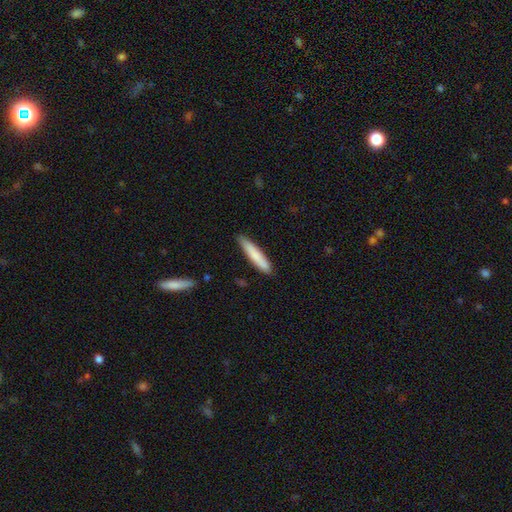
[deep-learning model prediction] A smooth galaxy with no disk features (80%) that is cigar-shaped (91%).

Vote fractions:
- Smooth or featured? smooth: 80% / featured or disk: 15% / star or artifact: 5%
- How rounded? cigar-shaped: 91% / in between: 8% / round: 1%
- Merging? none: 85% / minor disturbance: 12% / major disturbance: 2% / merger: 2%